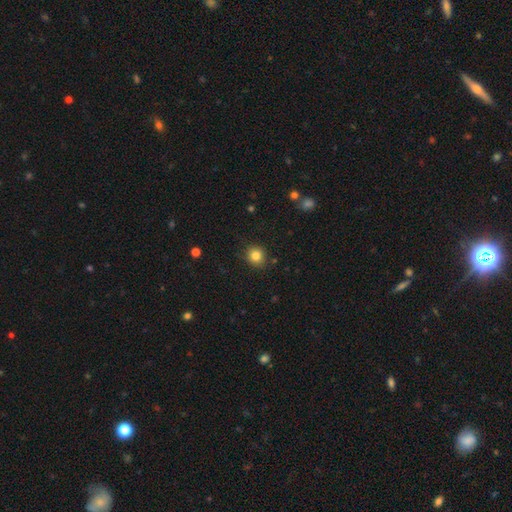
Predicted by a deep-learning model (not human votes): Smooth or featured? Predicted: smooth (p=0.83). How rounded? Predicted: round (p=0.83). Merging? Predicted: none (p=0.87).